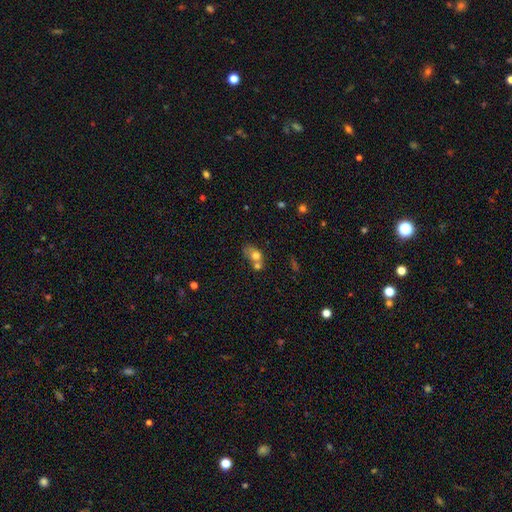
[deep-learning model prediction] Smooth or featured: smooth — 69% (featured or disk — 20%)
How rounded: in between — 66% (round — 32%)
Merging: merger — 53% (none — 26%)